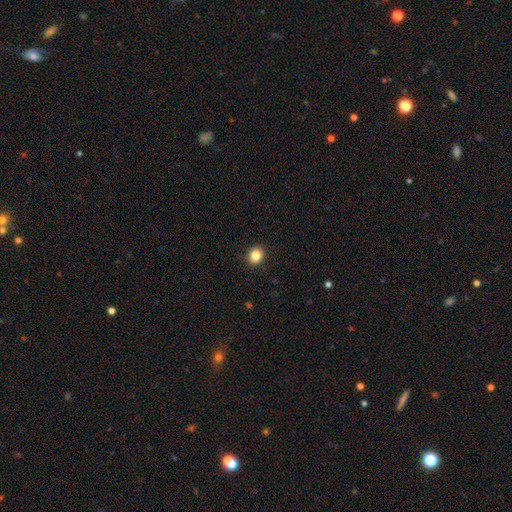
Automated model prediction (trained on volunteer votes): Q: Smooth or featured?
A: smooth (84%); runner-up: star or artifact (11%)
Q: How rounded?
A: round (74%); runner-up: in between (25%)
Q: Merging?
A: none (92%); runner-up: minor disturbance (6%)